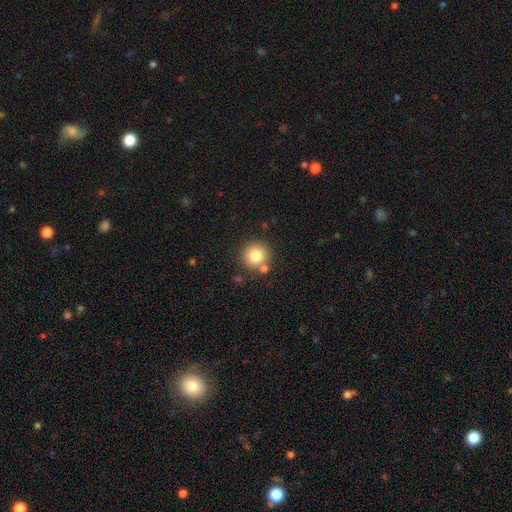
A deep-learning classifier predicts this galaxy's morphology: Q: Smooth or featured?
A: smooth (80%); runner-up: star or artifact (11%)
Q: How rounded?
A: round (93%); runner-up: in between (6%)
Q: Merging?
A: none (79%); runner-up: merger (10%)